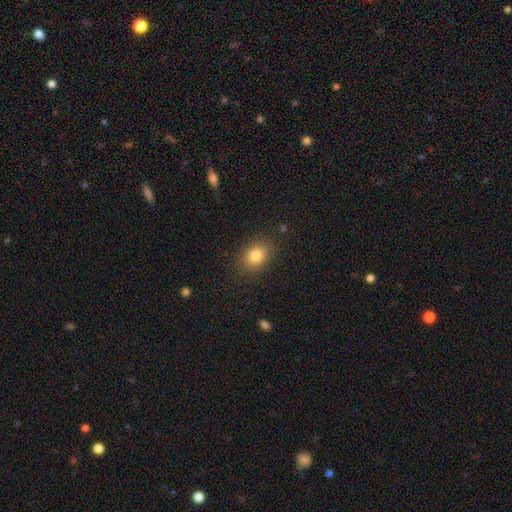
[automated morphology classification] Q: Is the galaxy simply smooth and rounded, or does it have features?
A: smooth — 82%.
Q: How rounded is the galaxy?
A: in between — 69%.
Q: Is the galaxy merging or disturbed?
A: none — 86%.